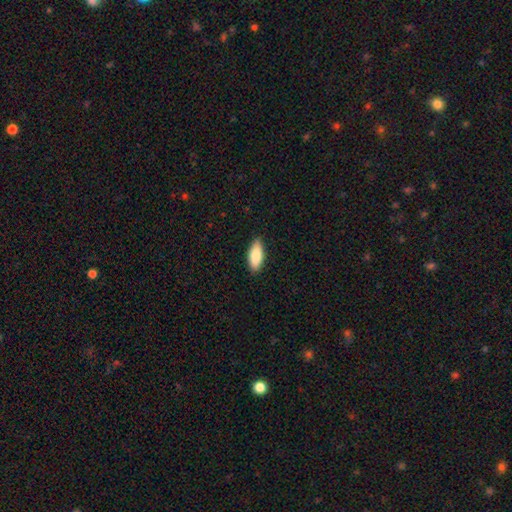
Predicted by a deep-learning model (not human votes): smooth_or_featured: smooth (p=0.83) [alt: featured or disk p=0.11]
how_rounded: in between (p=0.81) [alt: cigar-shaped p=0.17]
merging: none (p=0.88) [alt: minor disturbance p=0.10]